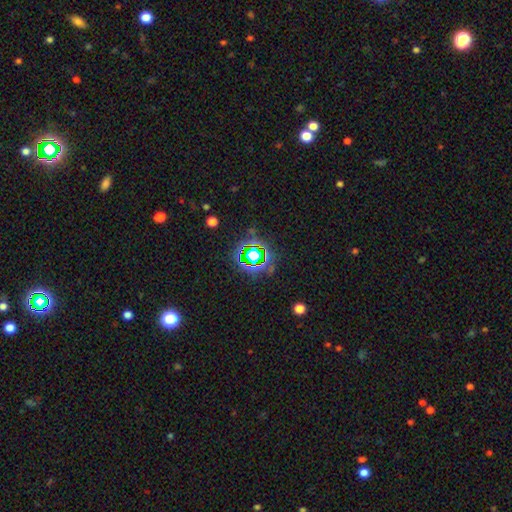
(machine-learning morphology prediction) Smooth or featured?
  - star or artifact: 71% *
  - smooth: 19%
  - featured or disk: 11%